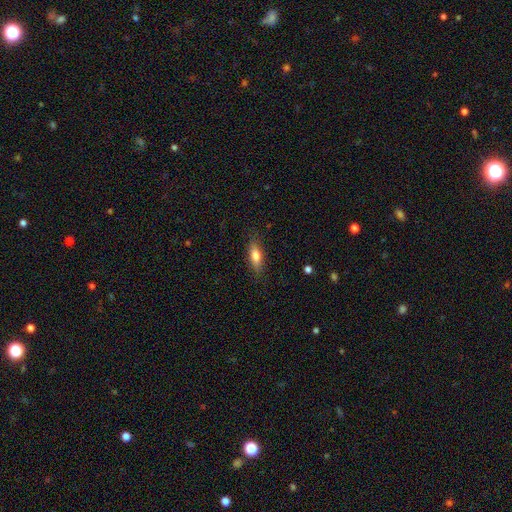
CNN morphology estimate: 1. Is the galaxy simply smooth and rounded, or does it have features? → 74% smooth, 19% featured or disk, 7% star or artifact.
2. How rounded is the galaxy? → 60% in between, 38% cigar-shaped, 3% round.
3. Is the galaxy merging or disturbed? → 83% none, 13% minor disturbance, 3% major disturbance, 1% merger.